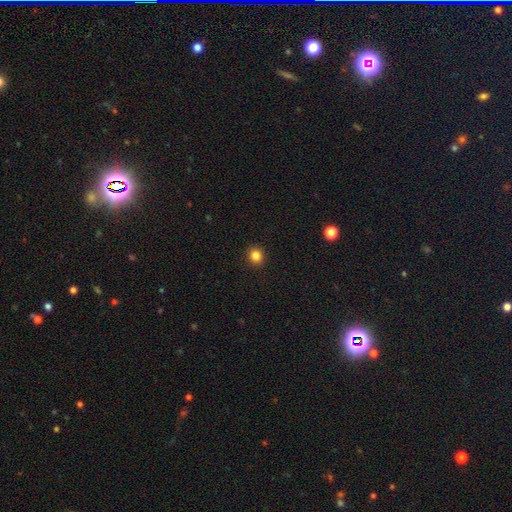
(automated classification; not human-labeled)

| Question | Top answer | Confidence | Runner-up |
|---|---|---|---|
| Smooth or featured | smooth | 84% | star or artifact (12%) |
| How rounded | round | 87% | in between (12%) |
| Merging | none | 93% | minor disturbance (5%) |